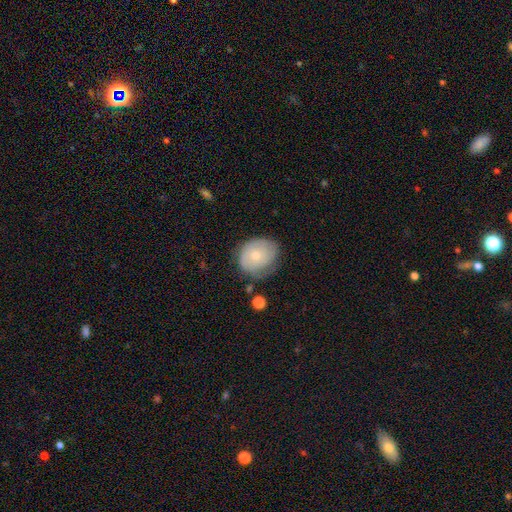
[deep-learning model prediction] Overall: smooth (54%; featured or disk 39%). How rounded: round (64%; in between 35%). Merging: none (59%; minor disturbance 29%).